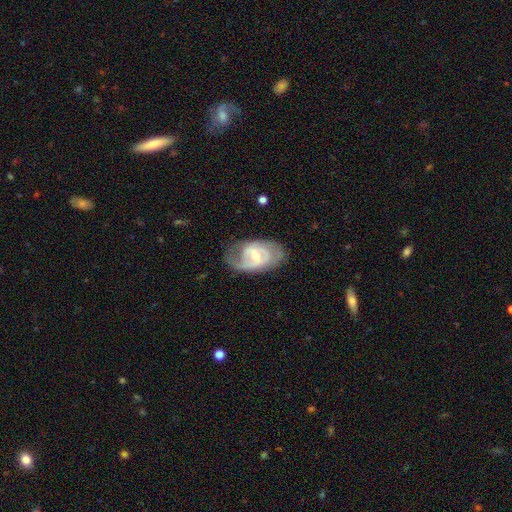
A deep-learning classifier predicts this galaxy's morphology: smooth_or_featured: featured or disk (p=0.81) [alt: smooth p=0.14]
disk_edge_on: no (p=0.96) [alt: yes p=0.04]
bar: weak (p=0.54) [alt: strong p=0.26]
has_spiral_arms: yes (p=0.89) [alt: no p=0.11]
spiral_winding: medium (p=0.46) [alt: tight p=0.37]
spiral_arm_count: 2 (p=0.68) [alt: can't tell p=0.17]
bulge_size: small (p=0.50) [alt: moderate p=0.46]
merging: none (p=0.68) [alt: minor disturbance p=0.21]